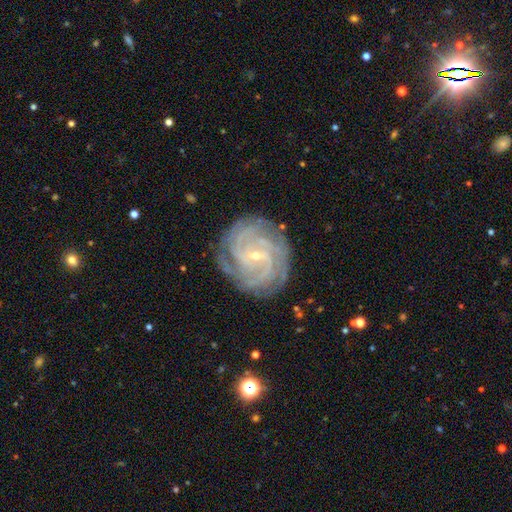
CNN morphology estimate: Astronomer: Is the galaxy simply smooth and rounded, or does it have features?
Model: featured or disk — 90%.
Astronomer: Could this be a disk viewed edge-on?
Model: no — 98%.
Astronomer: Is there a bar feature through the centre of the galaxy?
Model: weak — 44% (runner-up: no, 37%).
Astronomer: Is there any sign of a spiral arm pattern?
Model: yes — 98%.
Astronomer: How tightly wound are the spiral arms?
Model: tight — 75%.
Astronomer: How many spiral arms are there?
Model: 4 — 29% (runner-up: can't tell, 19%).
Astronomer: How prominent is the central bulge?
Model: small — 85%.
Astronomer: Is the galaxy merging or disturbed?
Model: none — 83%.